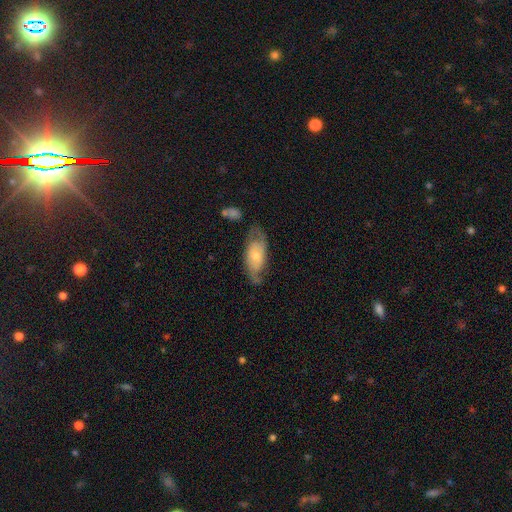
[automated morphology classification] Q: Smooth or featured?
A: featured or disk (59%); runner-up: smooth (35%)
Q: Edge-on disk?
A: no (89%); runner-up: yes (11%)
Q: Bar?
A: no (61%); runner-up: weak (32%)
Q: Spiral arms?
A: yes (84%); runner-up: no (16%)
Q: Bulge size?
A: small (45%); runner-up: moderate (39%)
Q: Merging?
A: none (62%); runner-up: minor disturbance (23%)